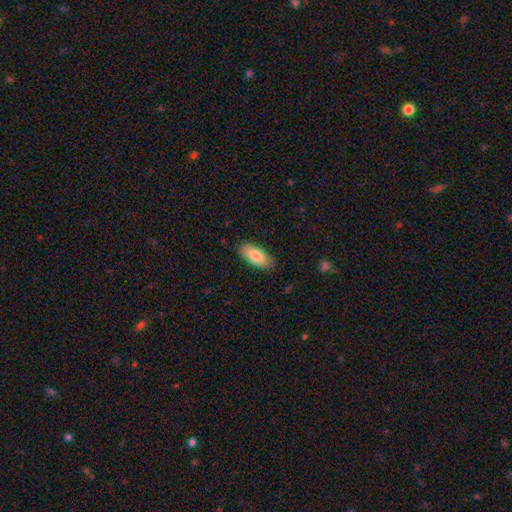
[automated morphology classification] smooth 82%, featured or disk 12%, star or artifact 6%. Down the decision tree: how rounded — in between (87%); merging — none (86%).